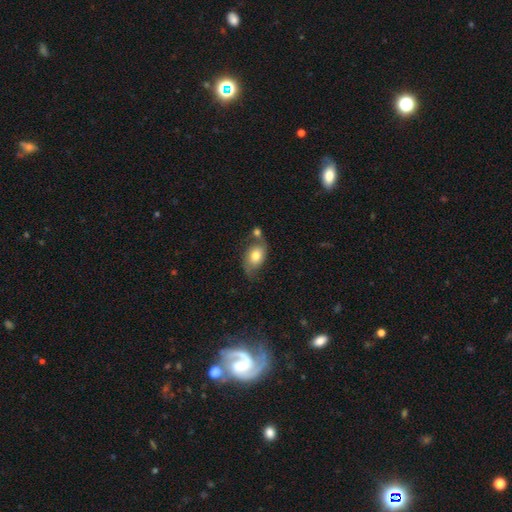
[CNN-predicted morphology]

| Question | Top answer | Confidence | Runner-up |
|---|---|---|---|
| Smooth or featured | smooth | 61% | featured or disk (31%) |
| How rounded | in between | 79% | round (19%) |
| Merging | none | 42% | minor disturbance (23%) |